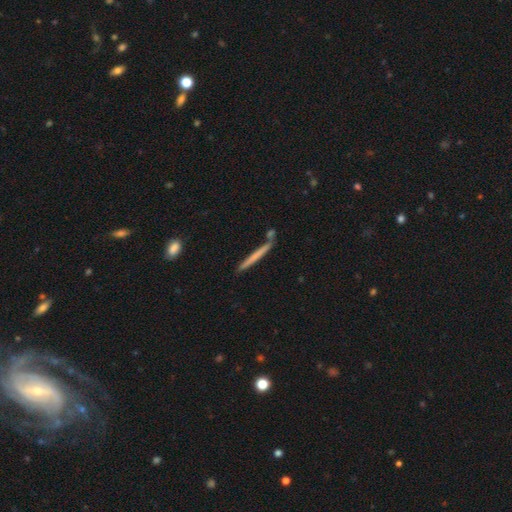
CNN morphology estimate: Smooth or featured?
  - smooth: 57% *
  - featured or disk: 37%
  - star or artifact: 6%
How rounded?
  - cigar-shaped: 97% *
  - in between: 2%
  - round: 1%
Merging?
  - none: 79% *
  - minor disturbance: 11%
  - merger: 8%
  - major disturbance: 2%